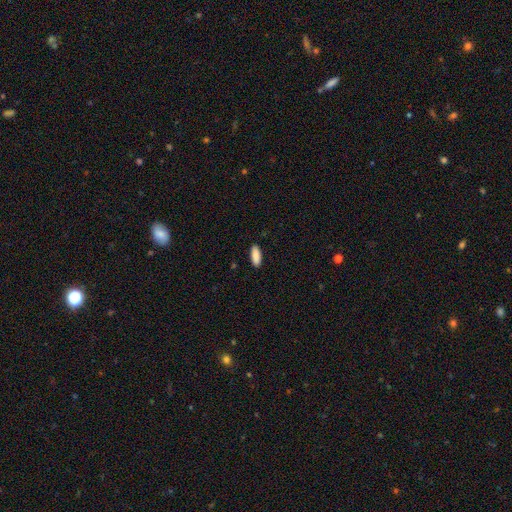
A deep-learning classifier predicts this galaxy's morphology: A smooth galaxy with no disk features (89%) that is in between round and cigar-shaped (75%). Merging: none (89%).